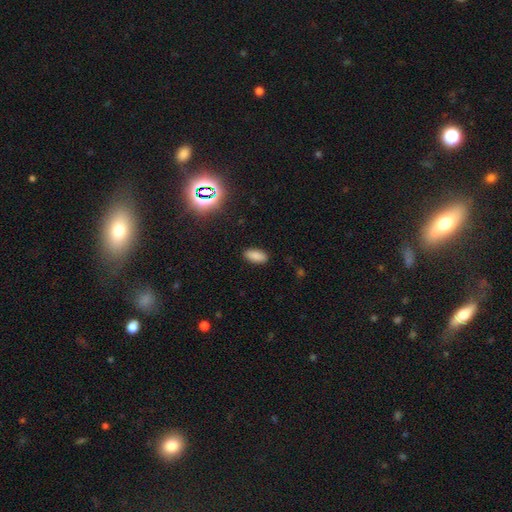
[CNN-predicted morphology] type=smooth (84%); roundness=in between (89%); merging=none (88%).